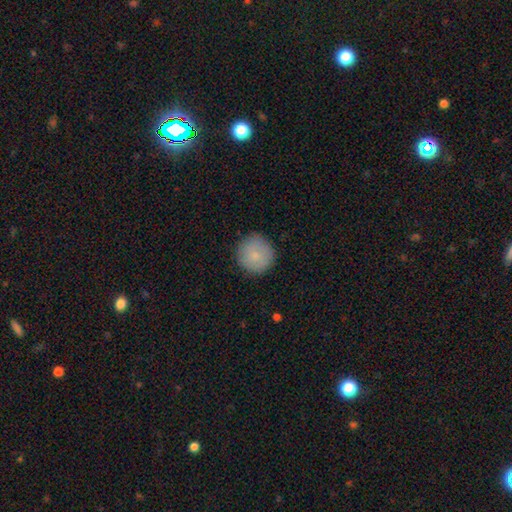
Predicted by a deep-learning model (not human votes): smooth 84%, featured or disk 9%, star or artifact 7%. Down the decision tree: how rounded — round (95%); merging — none (88%).